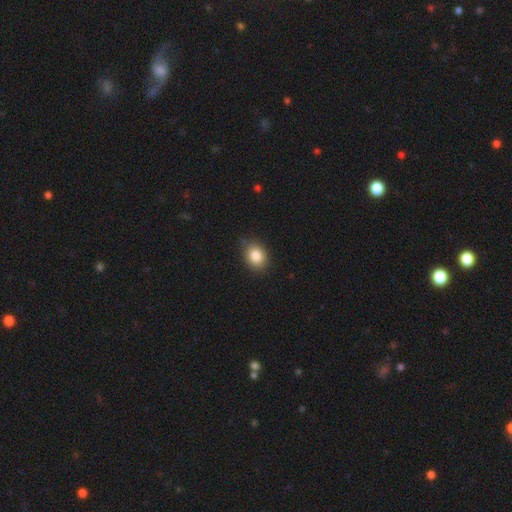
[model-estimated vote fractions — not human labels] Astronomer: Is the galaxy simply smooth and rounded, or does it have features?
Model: smooth — 85%.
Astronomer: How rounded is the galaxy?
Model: round — 56% (runner-up: in between, 43%).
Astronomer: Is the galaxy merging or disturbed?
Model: none — 78%.